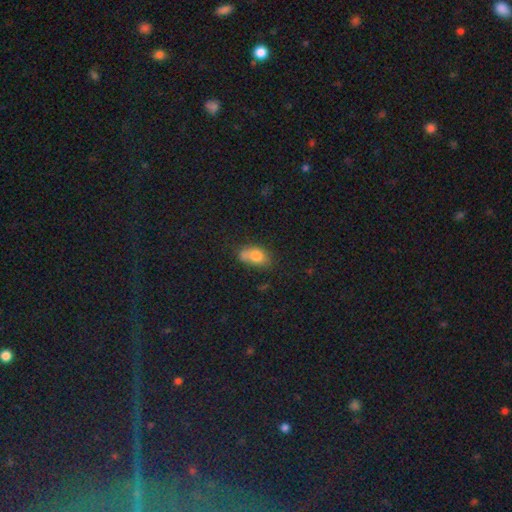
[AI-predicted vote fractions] smooth-or-featured: smooth: 77% | featured or disk: 13% | star or artifact: 10%
  how-rounded: in between: 75% | round: 23% | cigar-shaped: 2%
  merging: none: 42% | minor disturbance: 26% | merger: 21% | major disturbance: 10%